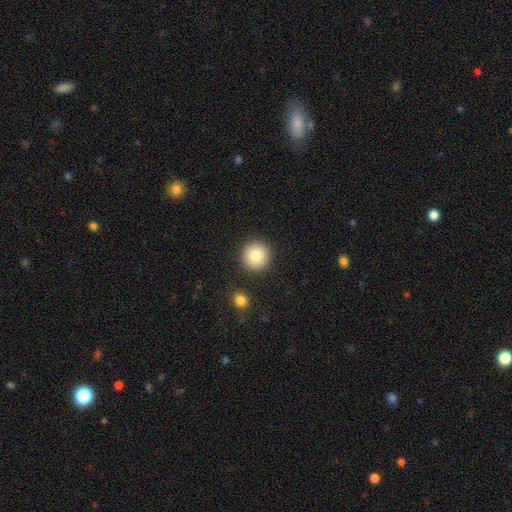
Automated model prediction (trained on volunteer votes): A smooth galaxy with no disk features (82%) that is round (95%).

Vote fractions:
- Smooth or featured? smooth: 82% / star or artifact: 9% / featured or disk: 9%
- How rounded? round: 95% / in between: 4% / cigar-shaped: 1%
- Merging? none: 90% / minor disturbance: 6% / merger: 2% / major disturbance: 2%